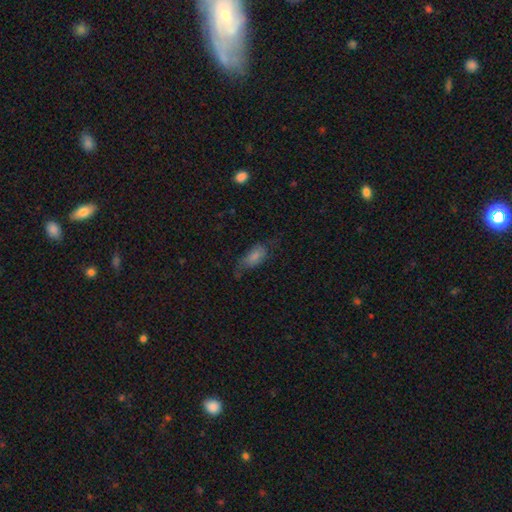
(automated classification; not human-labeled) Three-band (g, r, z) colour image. It shows a smooth galaxy with no disk features (68%) that is in between round and cigar-shaped (80%). Merging: none (50%).